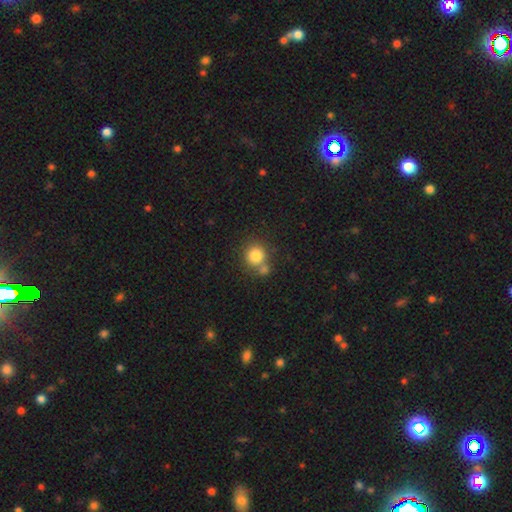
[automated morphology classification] type=smooth (81%); roundness=round (88%); merging=none (58%).